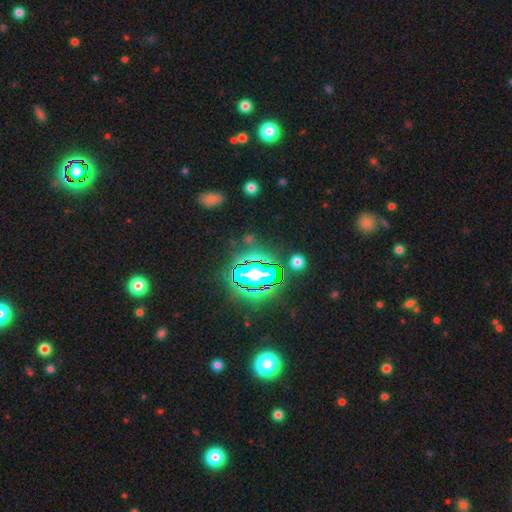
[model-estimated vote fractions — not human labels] Q: Smooth or featured?
A: star or artifact (82%); runner-up: smooth (10%)